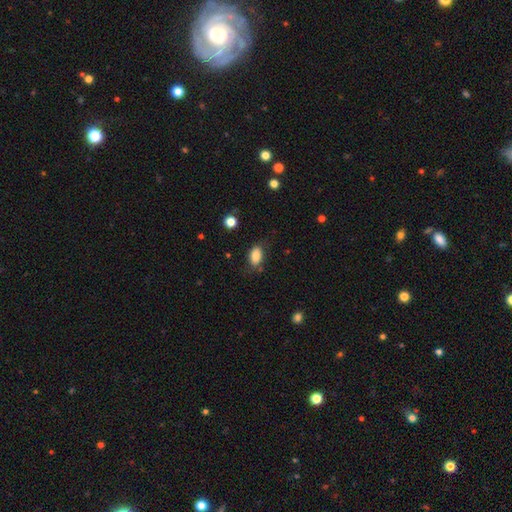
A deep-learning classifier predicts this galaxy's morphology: Smooth or featured? smooth (81%)
How rounded? in between (89%)
Merging? none (71%)